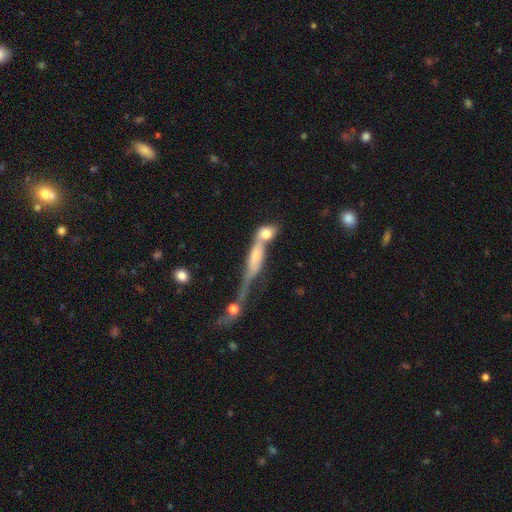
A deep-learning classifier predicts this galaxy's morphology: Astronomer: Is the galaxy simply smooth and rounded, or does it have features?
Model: featured or disk — 50% (runner-up: smooth, 36%).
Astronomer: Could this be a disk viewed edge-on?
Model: yes — 62% (runner-up: no, 38%).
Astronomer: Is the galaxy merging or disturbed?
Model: merger — 56%.